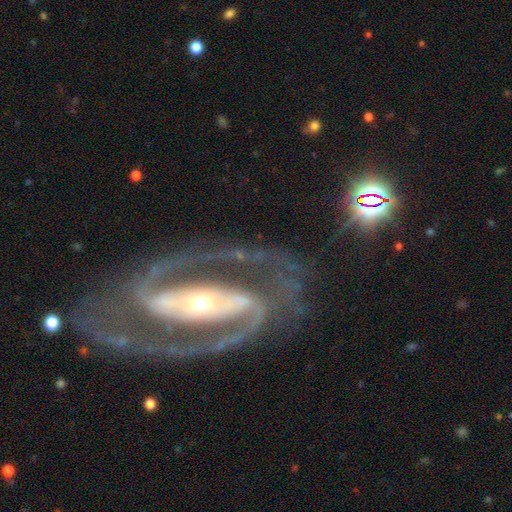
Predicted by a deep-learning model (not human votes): Smooth or featured? featured or disk (93%)
Edge-on disk? no (96%)
Bar? strong (66%)
Spiral arms? yes (97%)
Spiral winding? medium (51%)
Spiral arm count? 2 (93%)
Bulge size? small (61%)
Merging? none (80%)